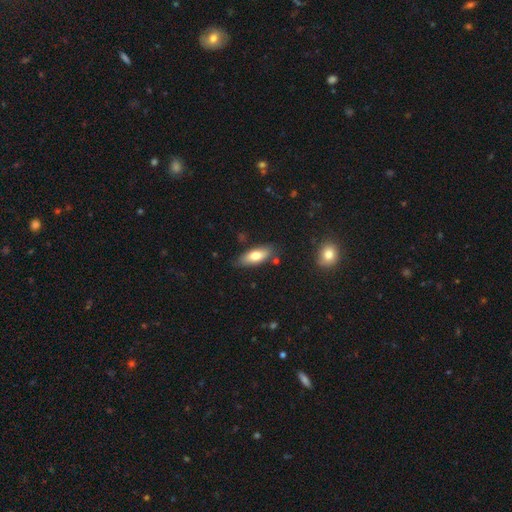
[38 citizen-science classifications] Smooth or featured? 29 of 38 (76%) said smooth. How rounded? 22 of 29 (76%) said in between. Merging? 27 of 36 (75%) said none.